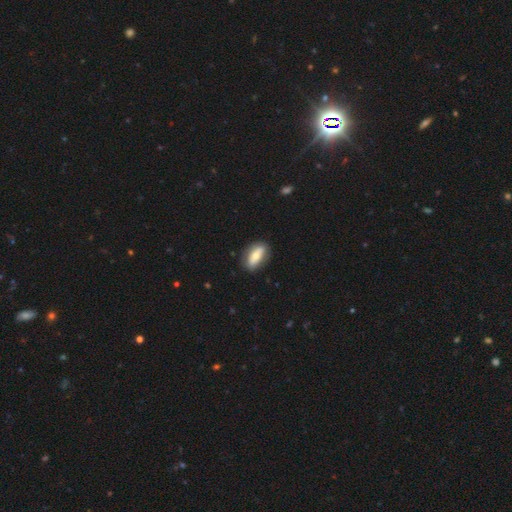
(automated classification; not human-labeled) smooth 69%, featured or disk 25%, star or artifact 6%. Down the decision tree: how rounded — in between (82%); merging — none (82%).